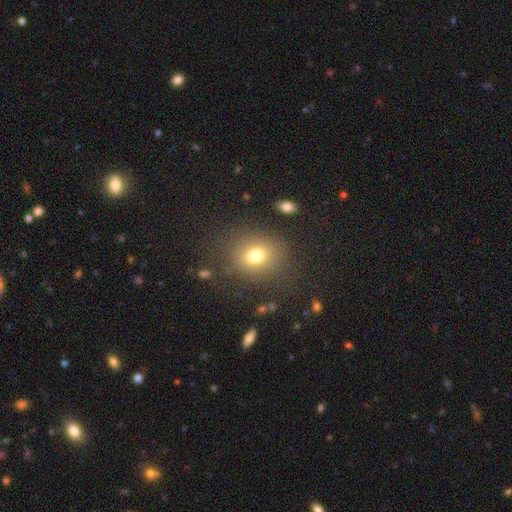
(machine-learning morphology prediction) A smooth galaxy with no disk features (74%) that is round (63%).

Vote fractions:
- Smooth or featured? smooth: 74% / star or artifact: 15% / featured or disk: 11%
- How rounded? round: 63% / in between: 36% / cigar-shaped: 1%
- Merging? none: 81% / minor disturbance: 11% / major disturbance: 6% / merger: 2%